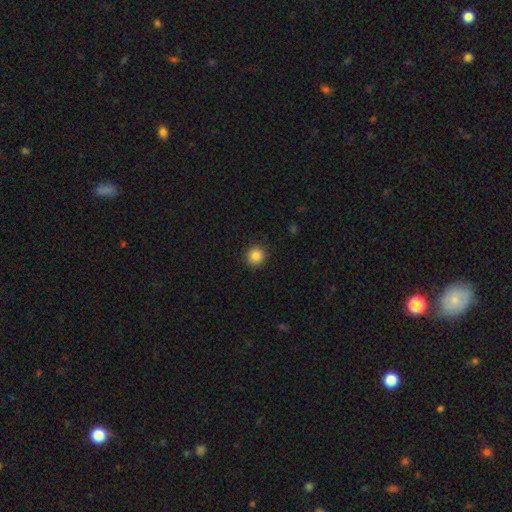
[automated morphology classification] Smooth or featured?
  - smooth: 86% *
  - star or artifact: 10%
  - featured or disk: 4%
How rounded?
  - round: 93% *
  - in between: 7%
  - cigar-shaped: 1%
Merging?
  - none: 91% *
  - minor disturbance: 6%
  - major disturbance: 2%
  - merger: 1%